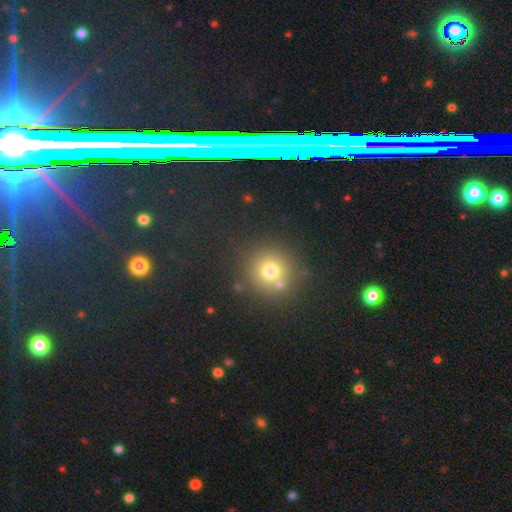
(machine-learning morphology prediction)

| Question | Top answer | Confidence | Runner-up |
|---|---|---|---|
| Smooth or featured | smooth | 53% | star or artifact (38%) |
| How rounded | round | 85% | in between (12%) |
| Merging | none | 90% | minor disturbance (6%) |